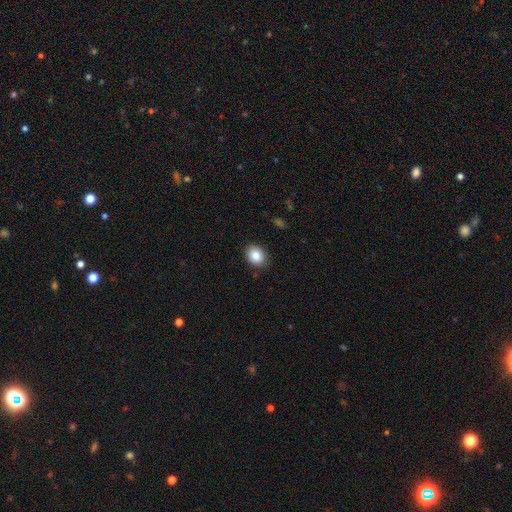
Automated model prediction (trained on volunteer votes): smooth-or-featured: smooth: 84% | star or artifact: 9% | featured or disk: 7%
  how-rounded: in between: 50% | round: 49% | cigar-shaped: 1%
  merging: none: 89% | minor disturbance: 8% | major disturbance: 2% | merger: 1%